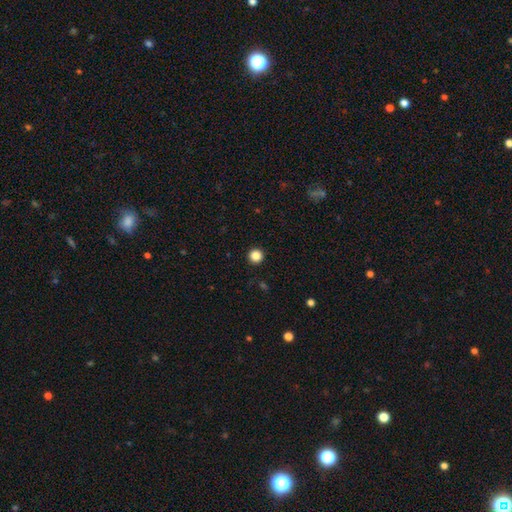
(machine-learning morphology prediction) Smooth or featured? Predicted: smooth (p=0.86). How rounded? Predicted: round (p=0.96). Merging? Predicted: none (p=0.94).